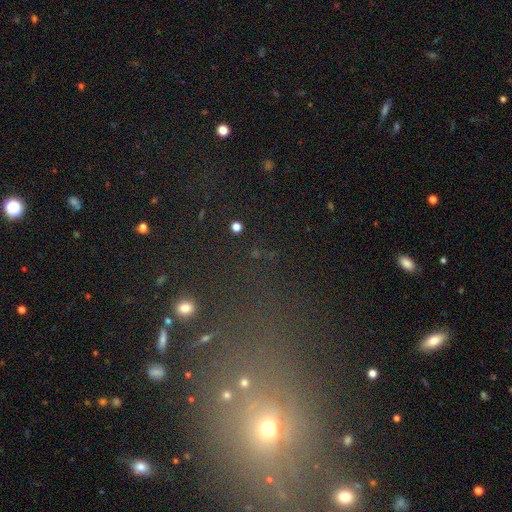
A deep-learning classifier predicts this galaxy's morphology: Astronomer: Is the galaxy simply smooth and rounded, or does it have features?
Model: star or artifact — 56%.